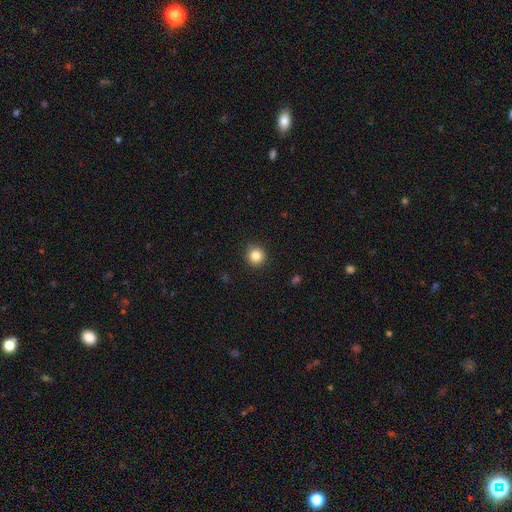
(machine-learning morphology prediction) Smooth or featured?
  - smooth: 85% *
  - star or artifact: 11%
  - featured or disk: 5%
How rounded?
  - round: 94% *
  - in between: 5%
  - cigar-shaped: 1%
Merging?
  - none: 91% *
  - minor disturbance: 6%
  - major disturbance: 2%
  - merger: 1%